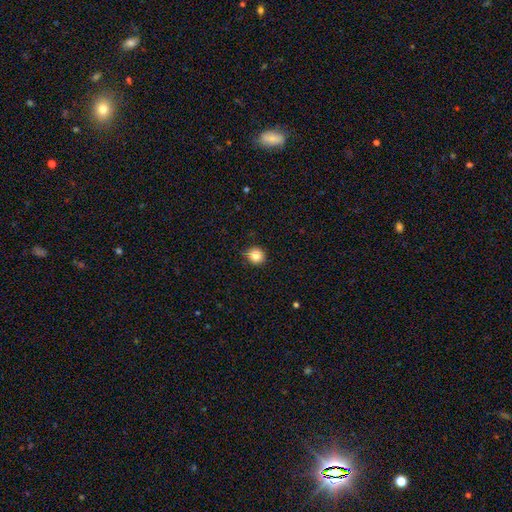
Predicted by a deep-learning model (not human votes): smooth-or-featured: smooth: 84% | star or artifact: 10% | featured or disk: 6%
  how-rounded: round: 88% | in between: 11% | cigar-shaped: 1%
  merging: none: 87% | minor disturbance: 10% | major disturbance: 2% | merger: 1%